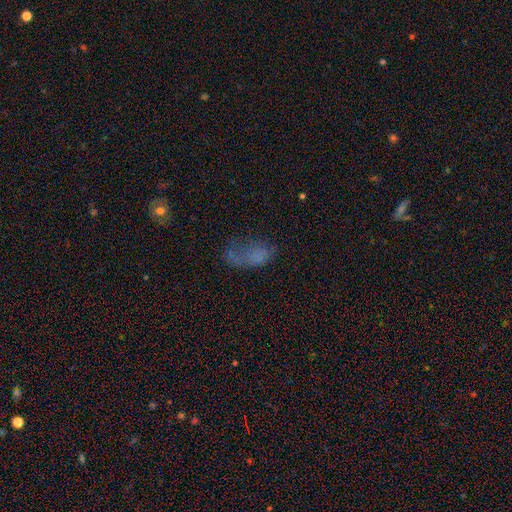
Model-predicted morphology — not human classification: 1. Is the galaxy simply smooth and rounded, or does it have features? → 55% smooth, 28% featured or disk, 17% star or artifact.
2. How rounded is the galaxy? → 87% in between, 9% round, 4% cigar-shaped.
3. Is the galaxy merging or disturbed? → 43% major disturbance, 28% none, 21% minor disturbance, 8% merger.